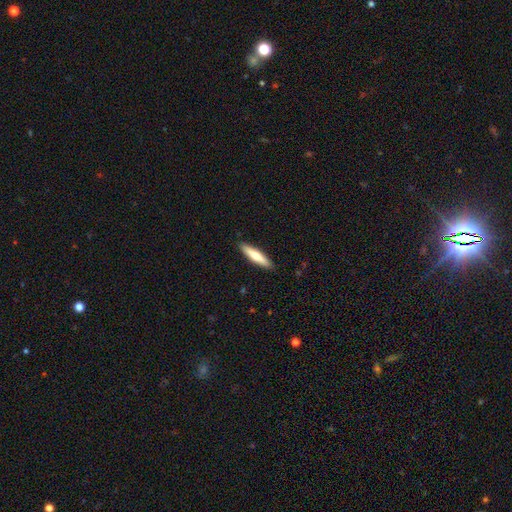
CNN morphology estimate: A smooth galaxy with no disk features (57%) that is cigar-shaped (83%).

Vote fractions:
- Smooth or featured? smooth: 57% / featured or disk: 38% / star or artifact: 5%
- How rounded? cigar-shaped: 83% / in between: 16% / round: 1%
- Merging? none: 90% / minor disturbance: 7% / major disturbance: 1% / merger: 1%